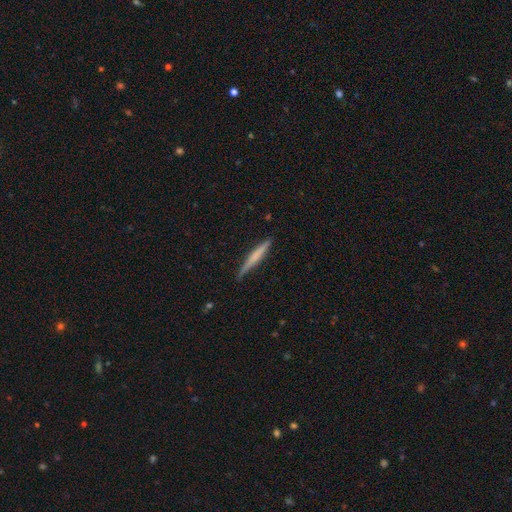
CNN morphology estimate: smooth_or_featured: smooth (p=0.50) [alt: featured or disk p=0.44]
merging: none (p=0.85) [alt: minor disturbance p=0.12]